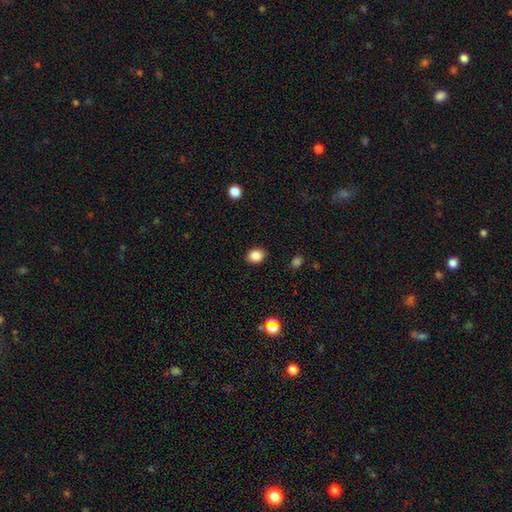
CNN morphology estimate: Smooth or featured: smooth — 86% (star or artifact — 10%)
How rounded: in between — 55% (round — 44%)
Merging: none — 89% (minor disturbance — 8%)